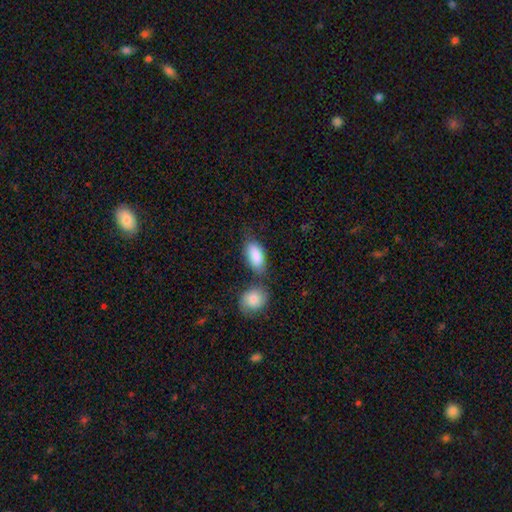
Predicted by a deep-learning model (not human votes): This appears to be a smooth galaxy with no disk features (87%) that is in between round and cigar-shaped (91%). Merging: none (53%).